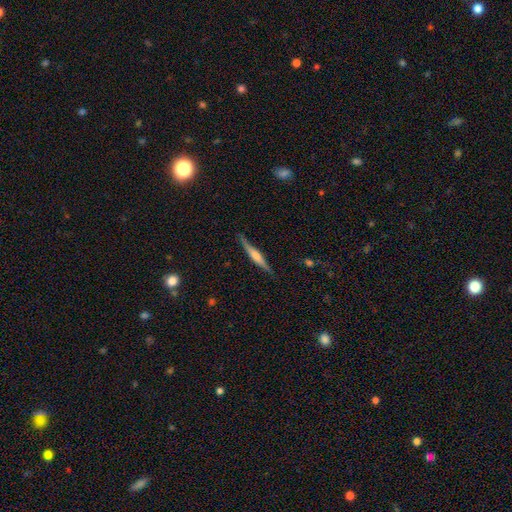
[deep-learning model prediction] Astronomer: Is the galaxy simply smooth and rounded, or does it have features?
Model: featured or disk — 65%.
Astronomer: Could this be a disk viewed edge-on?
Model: yes — 97%.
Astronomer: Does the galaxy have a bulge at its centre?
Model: rounded — 70%.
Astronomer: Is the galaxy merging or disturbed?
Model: none — 82%.